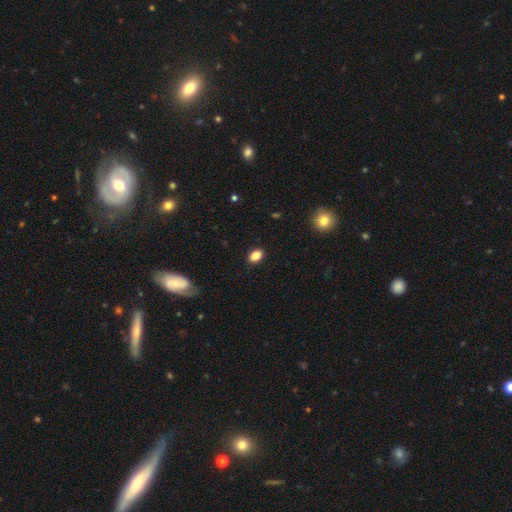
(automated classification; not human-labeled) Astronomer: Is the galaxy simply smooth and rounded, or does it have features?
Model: smooth — 86%.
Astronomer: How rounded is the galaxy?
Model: in between — 78%.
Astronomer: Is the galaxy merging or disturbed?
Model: none — 89%.